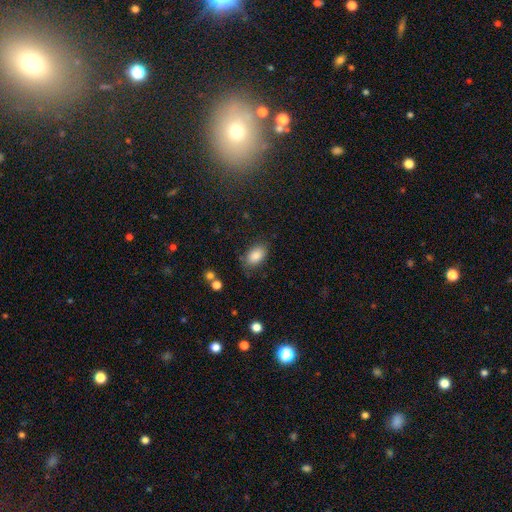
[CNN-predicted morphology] This is clearly a smooth galaxy (86%). How rounded: clearly in between (91%). Merging: likely none (79%).